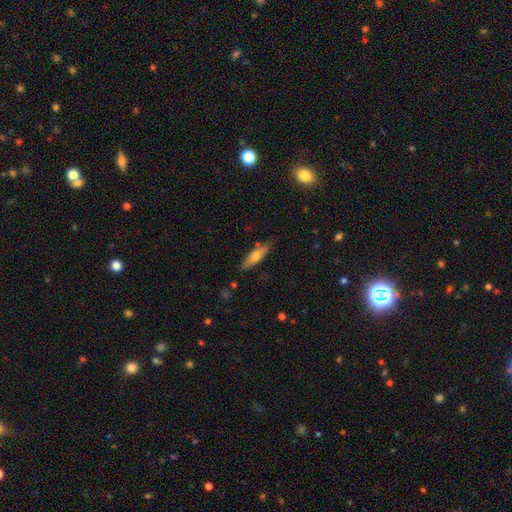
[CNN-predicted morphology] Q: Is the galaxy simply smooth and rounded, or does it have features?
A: smooth — 63%.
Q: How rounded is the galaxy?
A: cigar-shaped — 68%.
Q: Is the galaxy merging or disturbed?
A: none — 79%.